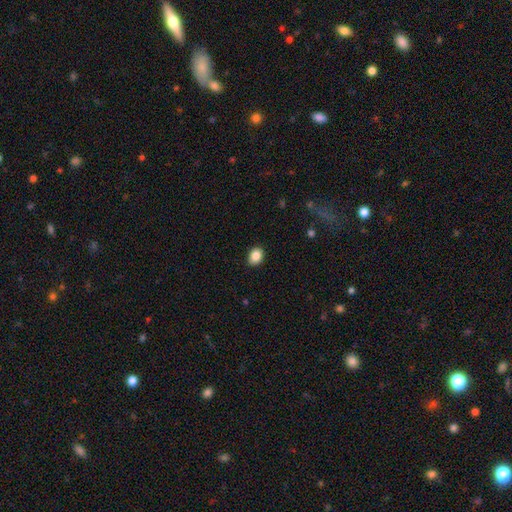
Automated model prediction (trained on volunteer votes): Q: Smooth or featured?
A: smooth (87%); runner-up: star or artifact (9%)
Q: How rounded?
A: in between (66%); runner-up: round (33%)
Q: Merging?
A: none (88%); runner-up: minor disturbance (9%)